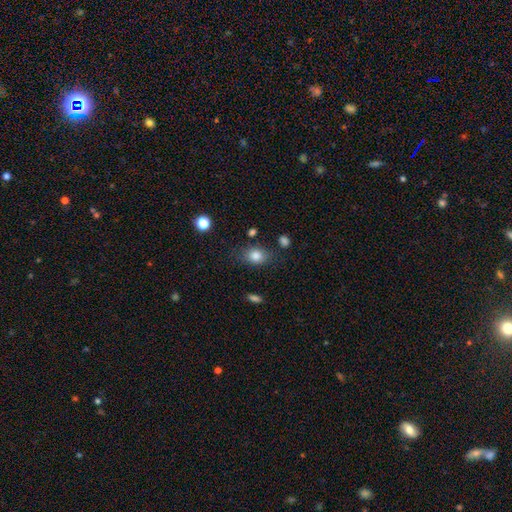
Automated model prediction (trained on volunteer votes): Overall: smooth (82%). How rounded: in between (62%; round 36%). Merging: none (71%).